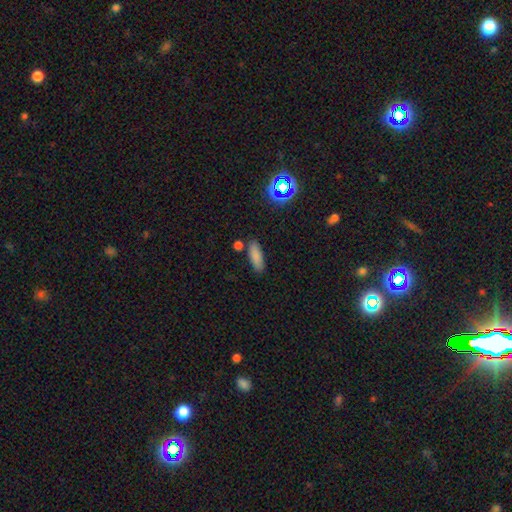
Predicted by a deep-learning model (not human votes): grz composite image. It shows a smooth galaxy with no disk features (84%) that is in between round and cigar-shaped (63%). Merging: none (80%).